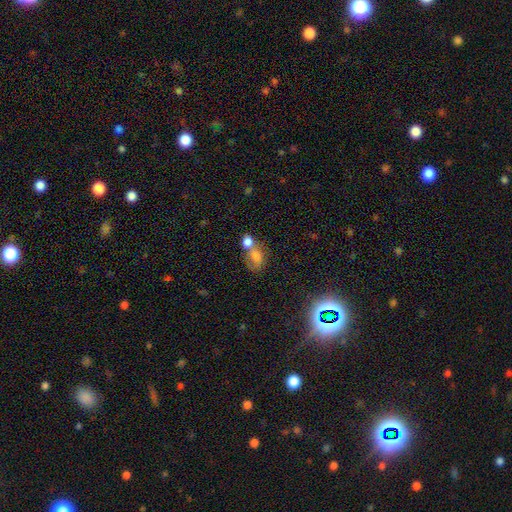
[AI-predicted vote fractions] Smooth or featured: smooth — 63% (featured or disk — 21%)
How rounded: in between — 63% (round — 35%)
Merging: merger — 52% (none — 27%)